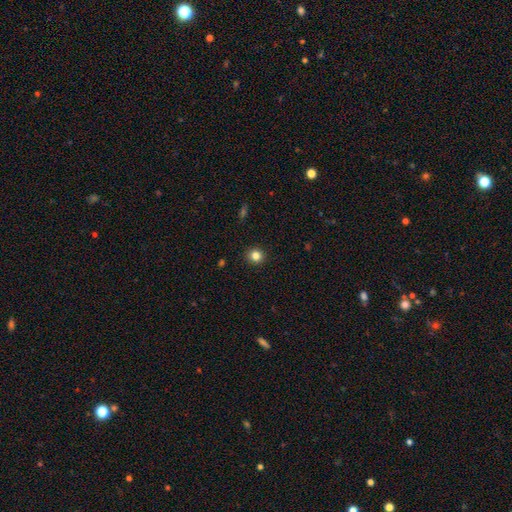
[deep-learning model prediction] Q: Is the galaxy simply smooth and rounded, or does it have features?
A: smooth — 83%.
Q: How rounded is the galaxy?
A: round — 91%.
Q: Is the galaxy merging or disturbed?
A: none — 92%.